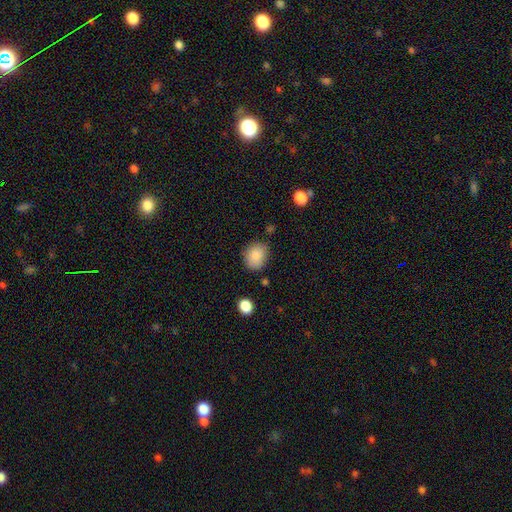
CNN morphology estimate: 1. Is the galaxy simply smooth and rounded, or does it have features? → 87% smooth, 8% star or artifact, 5% featured or disk.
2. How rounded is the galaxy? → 54% round, 45% in between, 1% cigar-shaped.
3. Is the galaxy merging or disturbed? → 77% none, 16% minor disturbance, 4% major disturbance, 3% merger.